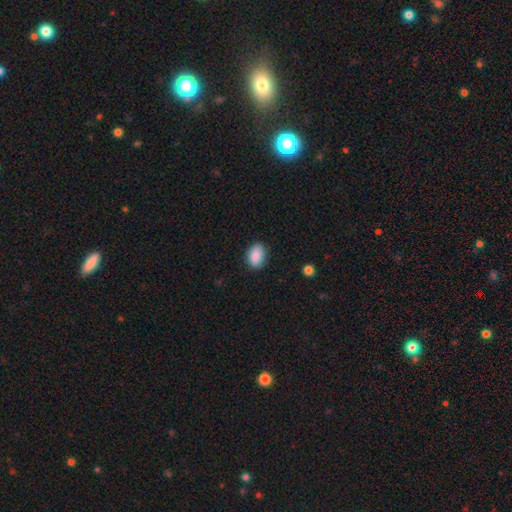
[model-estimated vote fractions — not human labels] This is clearly a smooth galaxy (89%). How rounded: clearly in between (85%). Merging: clearly none (84%).